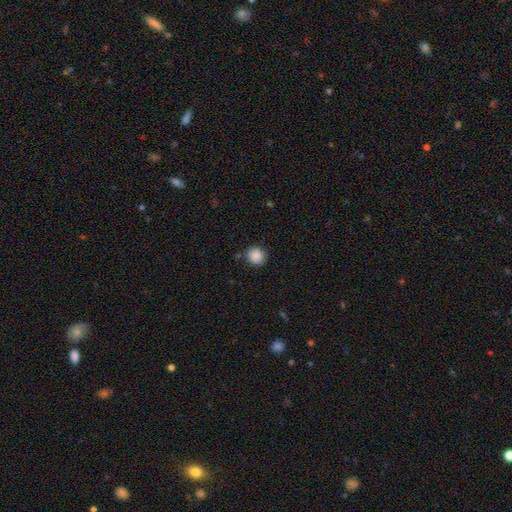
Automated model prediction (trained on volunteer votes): smooth 88%, star or artifact 9%, featured or disk 3%. Down the decision tree: how rounded — round (90%); merging — none (84%).